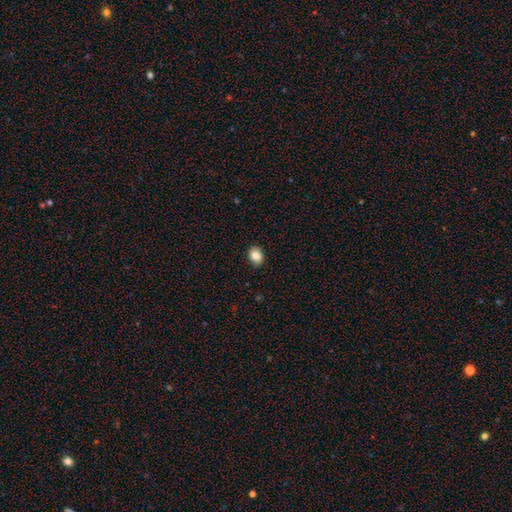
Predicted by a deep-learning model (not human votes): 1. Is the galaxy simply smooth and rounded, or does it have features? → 86% smooth, 9% star or artifact, 5% featured or disk.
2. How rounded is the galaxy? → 55% in between, 44% round, 1% cigar-shaped.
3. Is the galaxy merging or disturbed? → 84% none, 12% minor disturbance, 2% major disturbance, 1% merger.